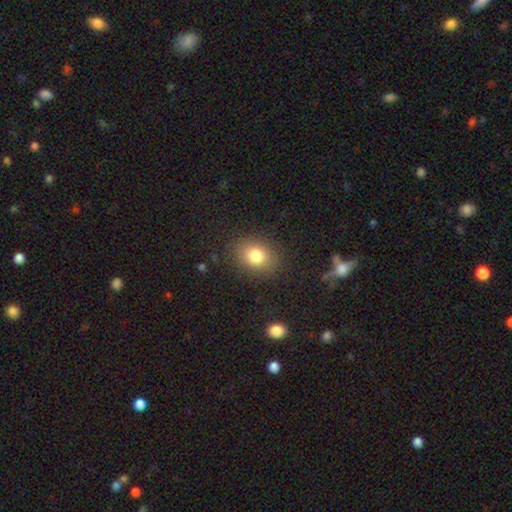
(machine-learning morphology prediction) Smooth or featured?
  - smooth: 80% *
  - star or artifact: 11%
  - featured or disk: 9%
How rounded?
  - in between: 55% *
  - round: 44%
  - cigar-shaped: 1%
Merging?
  - none: 86% *
  - minor disturbance: 9%
  - major disturbance: 4%
  - merger: 1%